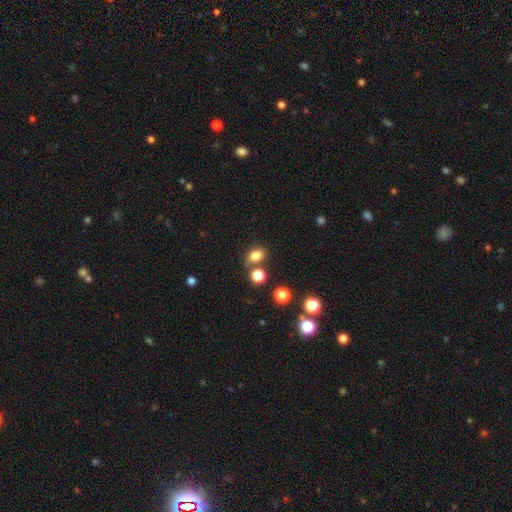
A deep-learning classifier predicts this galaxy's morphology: smooth-or-featured: smooth: 82% | star or artifact: 12% | featured or disk: 6%
  how-rounded: in between: 72% | round: 27% | cigar-shaped: 1%
  merging: none: 69% | merger: 14% | minor disturbance: 13% | major disturbance: 4%